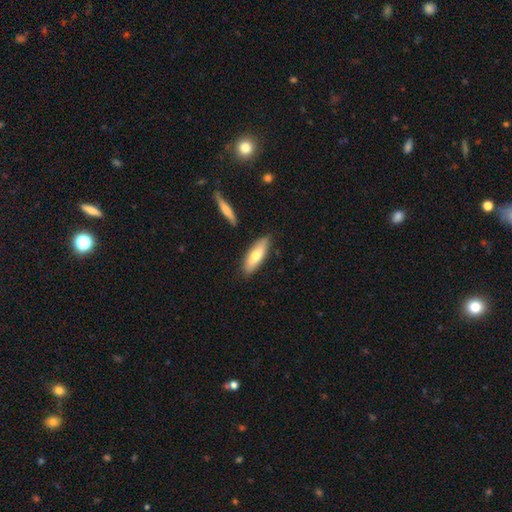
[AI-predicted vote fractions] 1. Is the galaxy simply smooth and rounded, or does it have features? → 69% smooth, 25% featured or disk, 6% star or artifact.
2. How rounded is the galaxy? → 56% in between, 42% cigar-shaped, 2% round.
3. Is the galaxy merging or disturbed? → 83% none, 12% minor disturbance, 3% merger, 2% major disturbance.